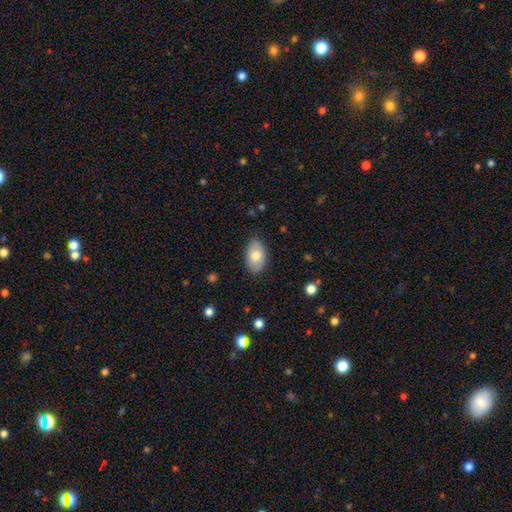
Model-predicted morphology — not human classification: smooth 73%, featured or disk 21%, star or artifact 6%. Down the decision tree: how rounded — in between (93%); merging — none (83%).